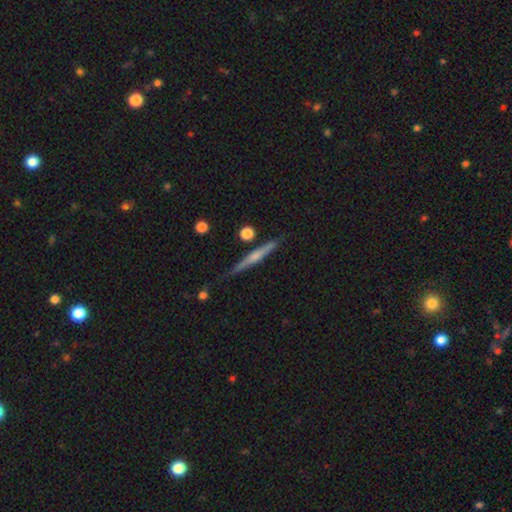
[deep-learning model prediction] Q: Smooth or featured?
A: featured or disk (58%); runner-up: smooth (35%)
Q: Edge-on disk?
A: yes (97%); runner-up: no (3%)
Q: Edge-on bulge?
A: rounded (58%); runner-up: none (33%)
Q: Merging?
A: none (81%); runner-up: minor disturbance (13%)